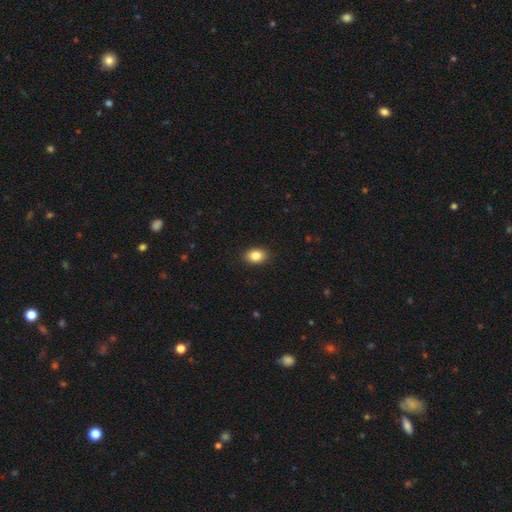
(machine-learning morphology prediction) Smooth or featured? smooth (85%)
How rounded? in between (77%)
Merging? none (90%)